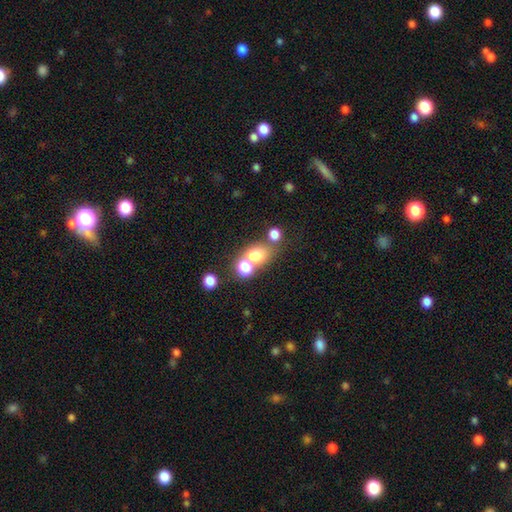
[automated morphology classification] Smooth or featured? Predicted: smooth (p=0.70). How rounded? Predicted: round (p=0.50). Merging? Predicted: none (p=0.43).